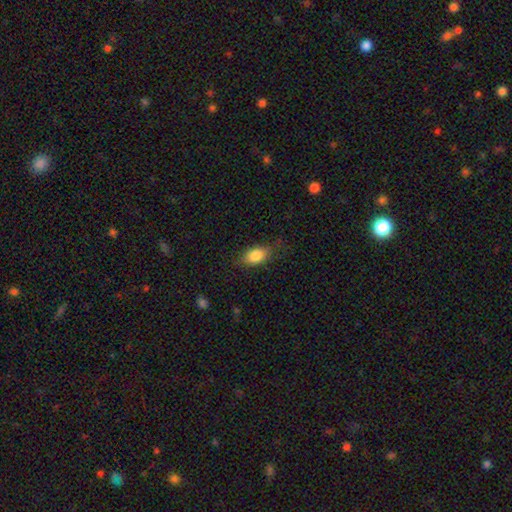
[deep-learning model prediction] Smooth or featured? smooth (83%)
How rounded? in between (87%)
Merging? none (73%)